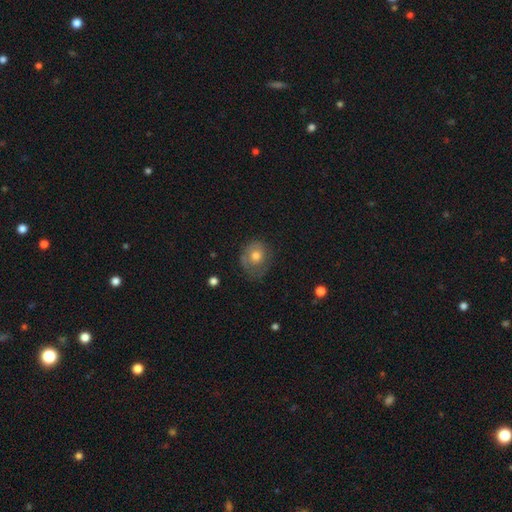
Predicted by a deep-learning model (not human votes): A smooth galaxy with no disk features (62%) that is round (68%). Merging: none (56%).